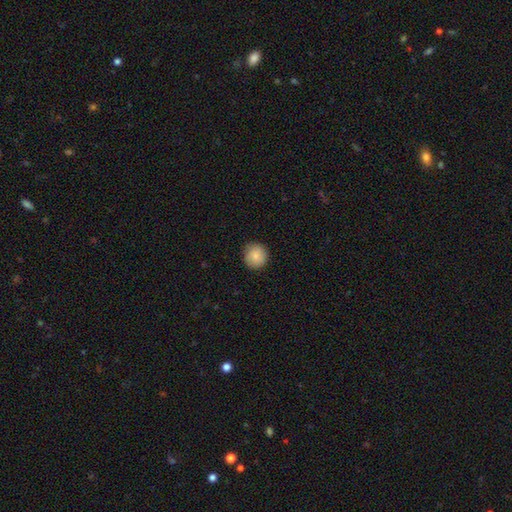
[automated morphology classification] This is clearly a smooth galaxy (85%). How rounded: clearly round (92%). Merging: clearly none (87%).